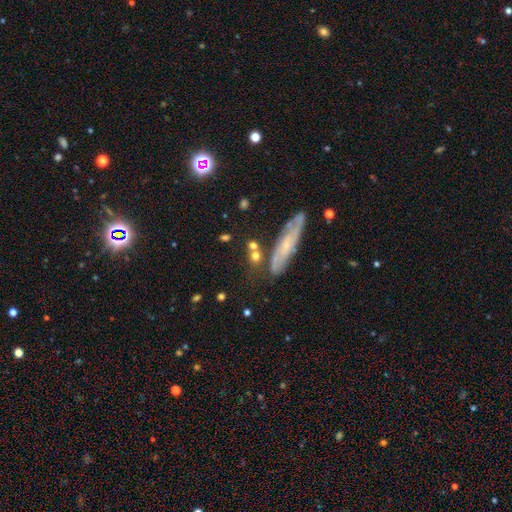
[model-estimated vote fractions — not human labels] smooth-or-featured: smooth: 64% | featured or disk: 25% | star or artifact: 11%
  how-rounded: round: 53% | cigar-shaped: 26% | in between: 21%
  merging: none: 65% | minor disturbance: 15% | merger: 14% | major disturbance: 6%